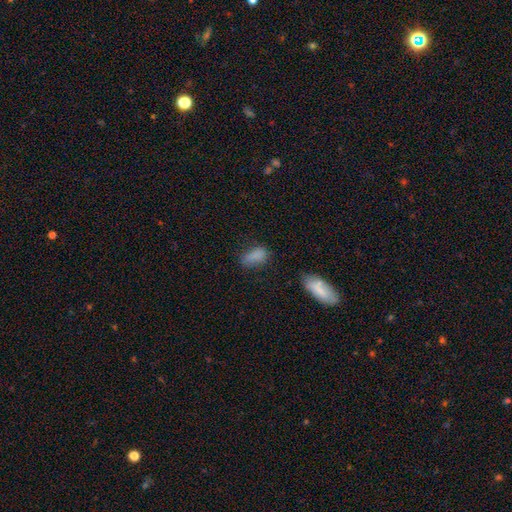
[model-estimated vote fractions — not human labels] A smooth galaxy with no disk features (81%) that is in between round and cigar-shaped (89%).

Vote fractions:
- Smooth or featured? smooth: 81% / star or artifact: 12% / featured or disk: 7%
- How rounded? in between: 89% / round: 6% / cigar-shaped: 5%
- Merging? none: 59% / minor disturbance: 28% / major disturbance: 10% / merger: 4%